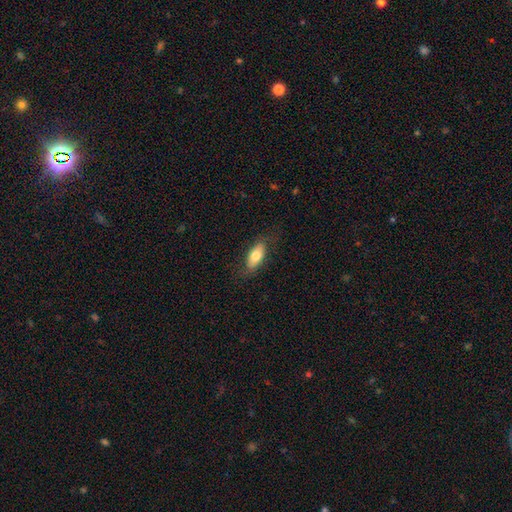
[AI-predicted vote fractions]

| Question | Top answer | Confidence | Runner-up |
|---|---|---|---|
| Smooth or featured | smooth | 73% | featured or disk (21%) |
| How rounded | in between | 84% | cigar-shaped (13%) |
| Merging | none | 78% | minor disturbance (16%) |